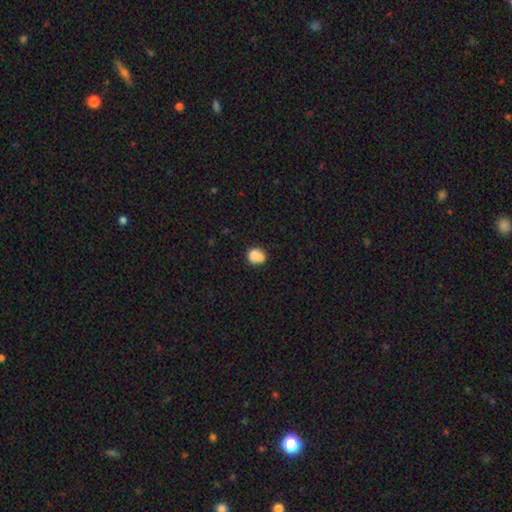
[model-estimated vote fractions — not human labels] smooth 73%, featured or disk 17%, star or artifact 9%. Down the decision tree: how rounded — round (73%); merging — none (44%).